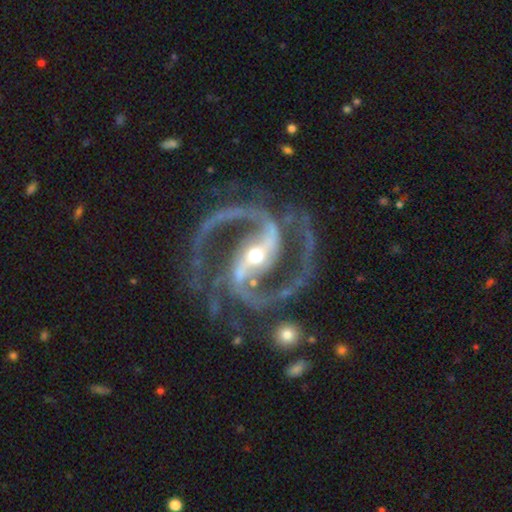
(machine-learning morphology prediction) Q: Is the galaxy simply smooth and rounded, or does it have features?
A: featured or disk — 94%.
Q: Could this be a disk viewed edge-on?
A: no — 98%.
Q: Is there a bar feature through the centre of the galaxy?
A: strong — 76%.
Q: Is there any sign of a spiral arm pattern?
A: yes — 98%.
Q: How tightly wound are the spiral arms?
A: medium — 61%.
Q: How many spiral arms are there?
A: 2 — 92%.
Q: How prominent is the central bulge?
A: moderate — 54%.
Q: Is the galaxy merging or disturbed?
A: none — 73%.